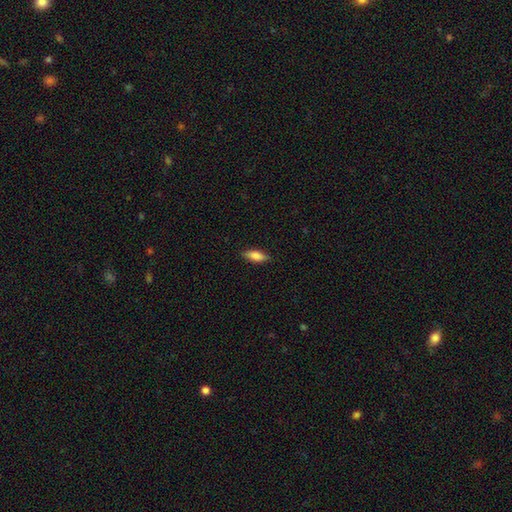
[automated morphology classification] smooth_or_featured: smooth (p=0.82) [alt: featured or disk p=0.12]
how_rounded: in between (p=0.69) [alt: cigar-shaped p=0.28]
merging: none (p=0.86) [alt: minor disturbance p=0.11]